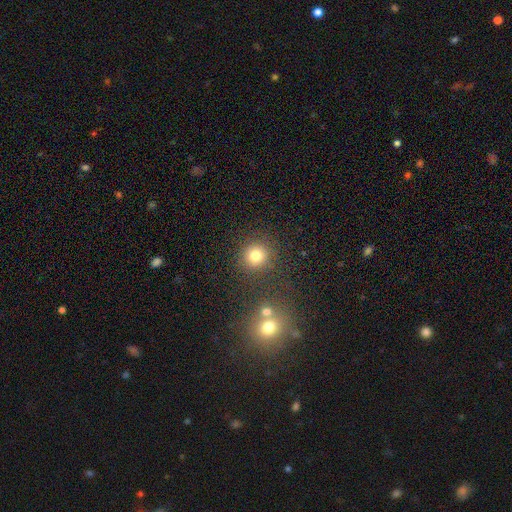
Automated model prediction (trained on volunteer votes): Smooth or featured: smooth — 78% (star or artifact — 15%)
How rounded: round — 92% (in between — 7%)
Merging: none — 83% (minor disturbance — 8%)